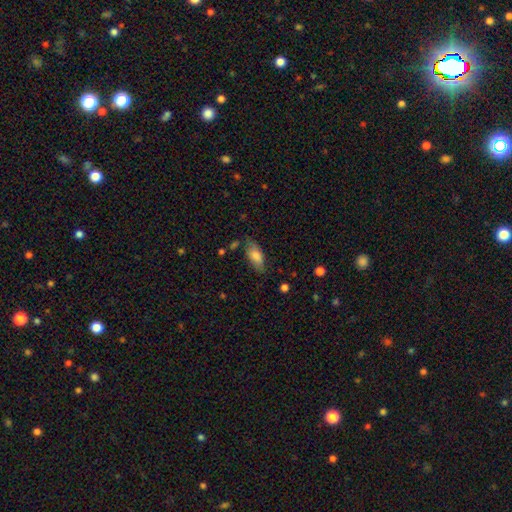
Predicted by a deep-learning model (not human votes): A smooth galaxy with no disk features (77%) that is in between round and cigar-shaped (85%). Merging: none (71%).